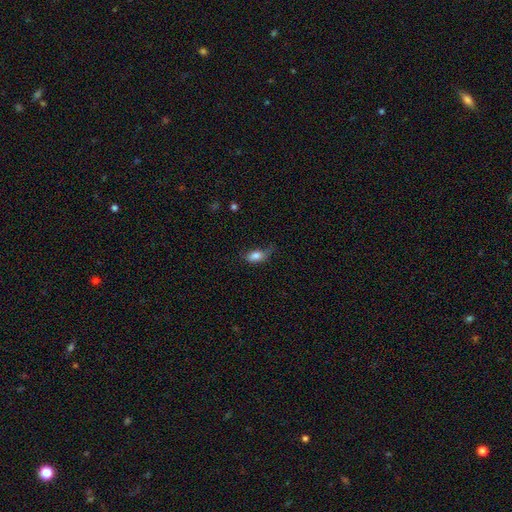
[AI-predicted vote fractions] Smooth or featured? Predicted: smooth (p=0.82). How rounded? Predicted: in between (p=0.86). Merging? Predicted: none (p=0.47).